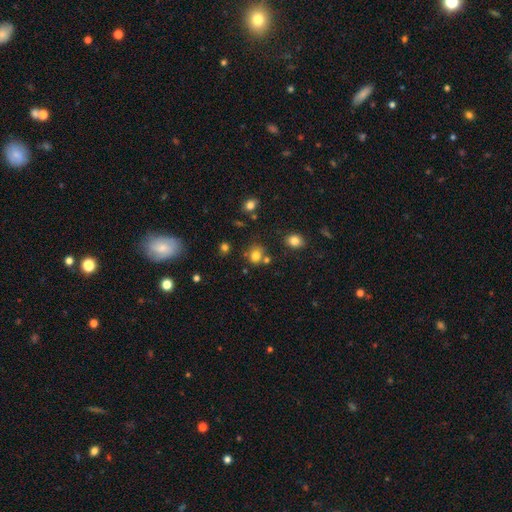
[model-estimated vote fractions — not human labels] A smooth galaxy with no disk features (78%) that is round (73%). Merging: none (67%).